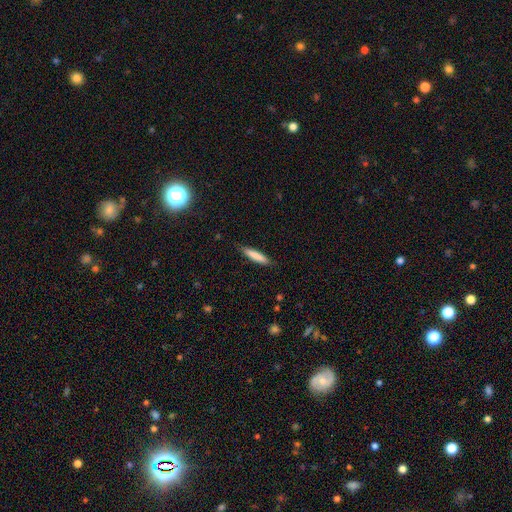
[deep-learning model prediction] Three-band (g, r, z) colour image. It shows a smooth galaxy with no disk features (82%) that is cigar-shaped (87%). Merging: none (87%).